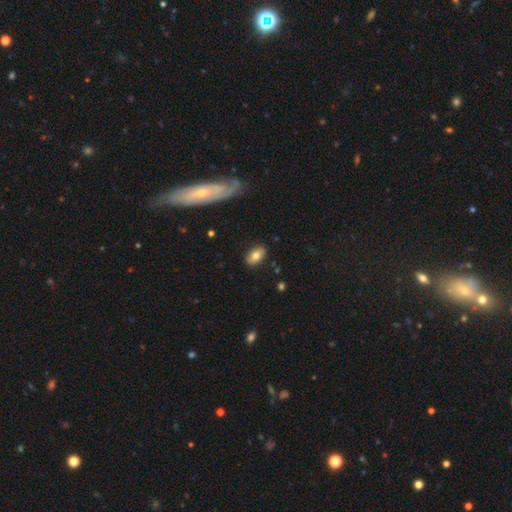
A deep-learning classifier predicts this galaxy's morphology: type=smooth (77%); roundness=in between (91%); merging=none (86%).